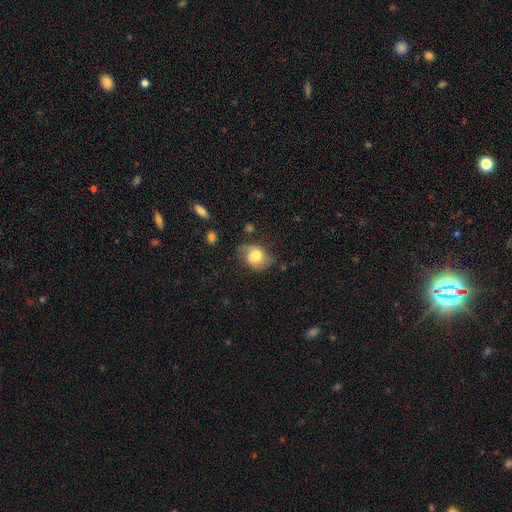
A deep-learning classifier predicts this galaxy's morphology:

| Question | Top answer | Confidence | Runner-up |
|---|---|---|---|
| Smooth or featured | smooth | 53% | featured or disk (38%) |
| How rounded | in between | 64% | round (35%) |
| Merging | none | 61% | minor disturbance (27%) |